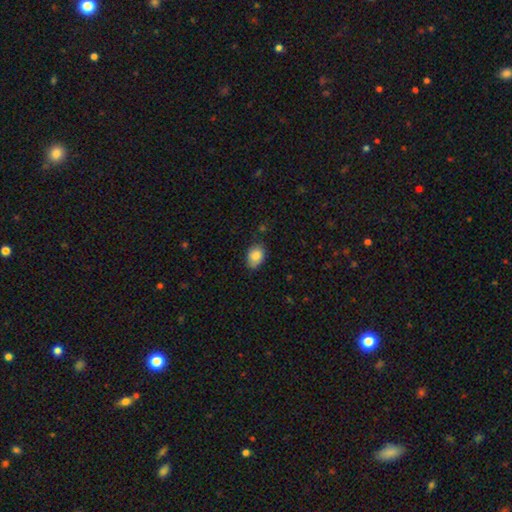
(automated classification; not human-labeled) This appears to be a smooth galaxy with no disk features (85%) that is in between round and cigar-shaped (75%). Merging: none (74%).